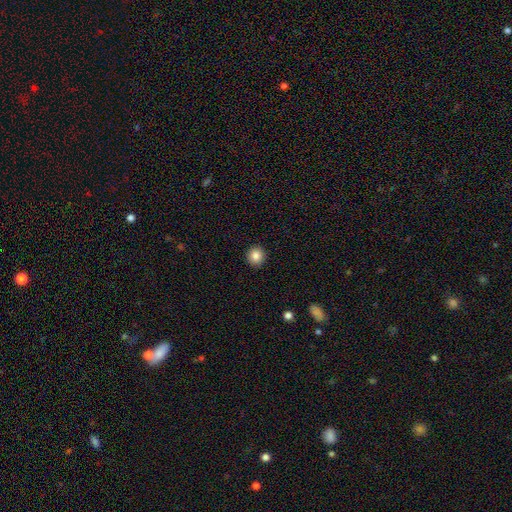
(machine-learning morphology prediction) A smooth galaxy with no disk features (85%) that is round (90%).

Vote fractions:
- Smooth or featured? smooth: 85% / star or artifact: 10% / featured or disk: 5%
- How rounded? round: 90% / in between: 9% / cigar-shaped: 1%
- Merging? none: 92% / minor disturbance: 5% / major disturbance: 2% / merger: 1%